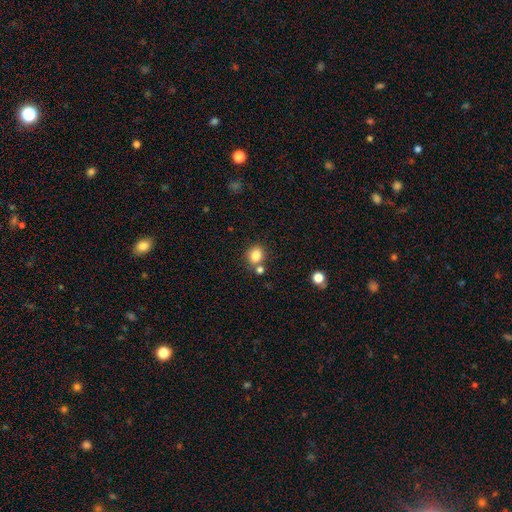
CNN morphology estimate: Overall: smooth (83%). How rounded: round (68%; in between 31%). Merging: none (67%).